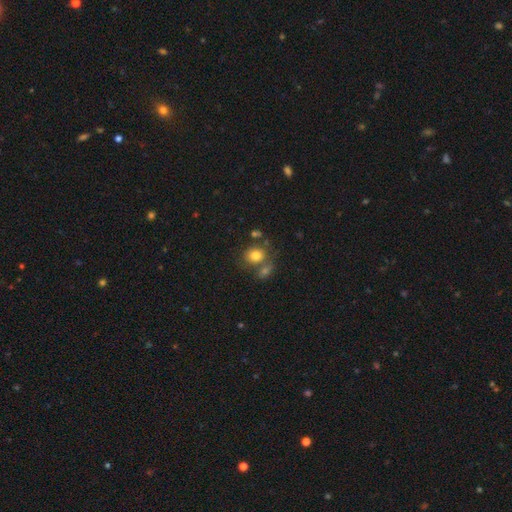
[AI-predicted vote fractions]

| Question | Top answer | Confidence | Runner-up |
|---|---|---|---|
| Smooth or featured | smooth | 78% | featured or disk (11%) |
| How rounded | round | 66% | in between (33%) |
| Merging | none | 51% | merger (32%) |